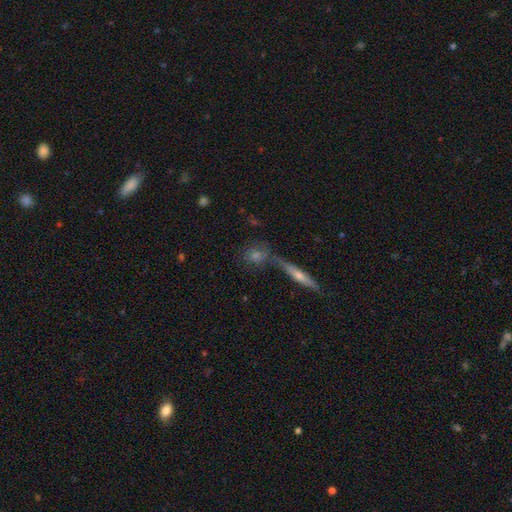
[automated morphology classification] Smooth or featured? Predicted: smooth (p=0.50). Merging? Predicted: none (p=0.65).